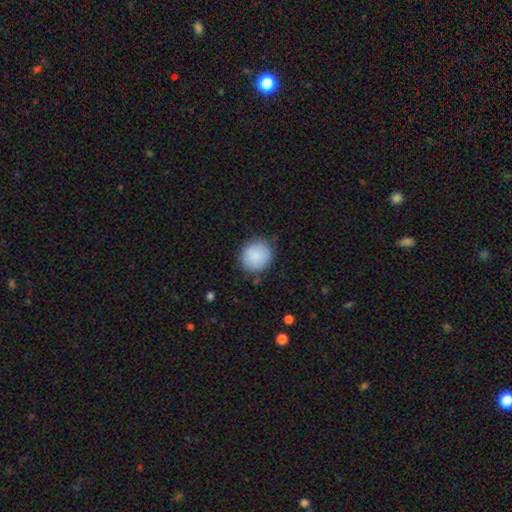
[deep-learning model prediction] A smooth galaxy with no disk features (88%) that is round (84%).

Vote fractions:
- Smooth or featured? smooth: 88% / star or artifact: 7% / featured or disk: 5%
- How rounded? round: 84% / in between: 15% / cigar-shaped: 1%
- Merging? none: 81% / minor disturbance: 14% / major disturbance: 3% / merger: 1%